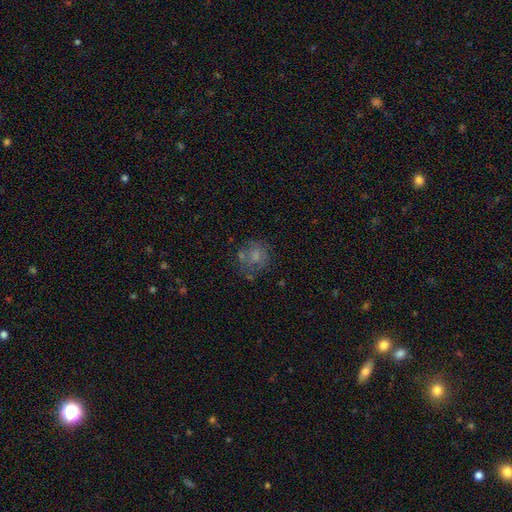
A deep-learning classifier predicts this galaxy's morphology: A smooth galaxy with no disk features (62%) that is round (79%).

Vote fractions:
- Smooth or featured? smooth: 62% / featured or disk: 26% / star or artifact: 12%
- How rounded? round: 79% / in between: 20% / cigar-shaped: 1%
- Merging? none: 56% / minor disturbance: 21% / major disturbance: 15% / merger: 8%